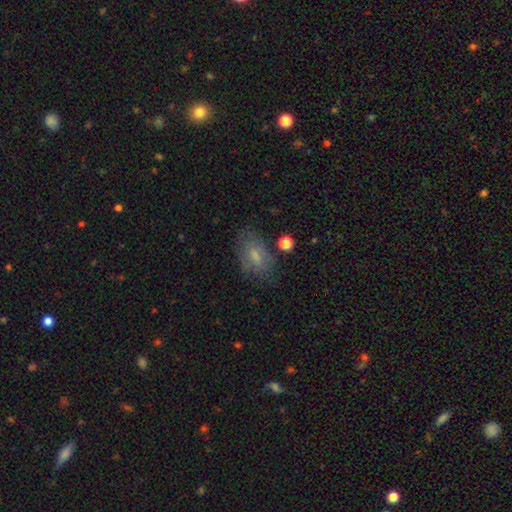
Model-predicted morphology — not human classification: Q: Smooth or featured?
A: smooth (65%); runner-up: featured or disk (25%)
Q: How rounded?
A: in between (87%); runner-up: round (9%)
Q: Merging?
A: none (68%); runner-up: minor disturbance (20%)